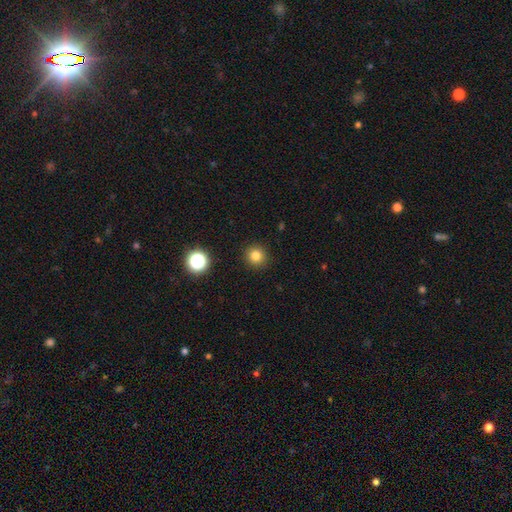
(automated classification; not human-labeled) smooth 80%, star or artifact 14%, featured or disk 5%. Down the decision tree: how rounded — round (94%); merging — none (92%).